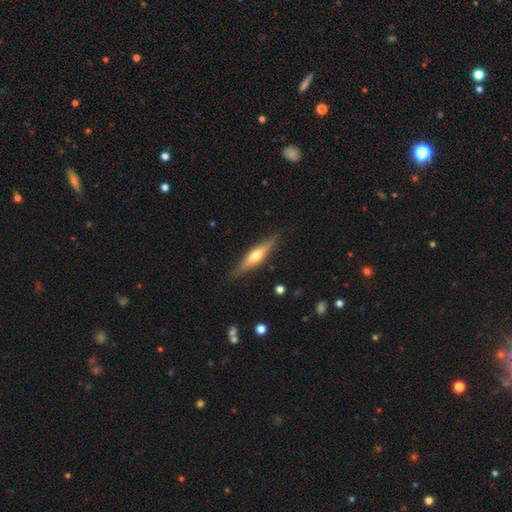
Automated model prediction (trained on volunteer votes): Smooth or featured?
  - featured or disk: 59% *
  - smooth: 35%
  - star or artifact: 6%
Edge-on disk?
  - yes: 95% *
  - no: 5%
Edge-on bulge?
  - rounded: 87% *
  - none: 7%
  - boxy: 6%
Merging?
  - none: 87% *
  - minor disturbance: 10%
  - major disturbance: 2%
  - merger: 1%